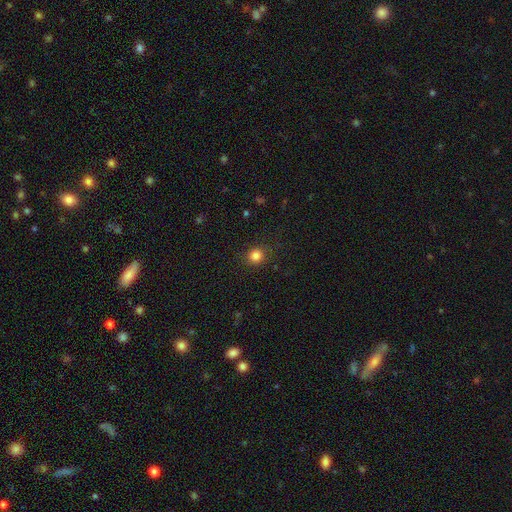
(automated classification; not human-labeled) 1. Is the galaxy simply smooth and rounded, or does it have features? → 83% smooth, 12% star or artifact, 4% featured or disk.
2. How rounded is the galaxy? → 87% round, 12% in between, 1% cigar-shaped.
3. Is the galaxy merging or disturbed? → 88% none, 8% minor disturbance, 3% major disturbance, 1% merger.